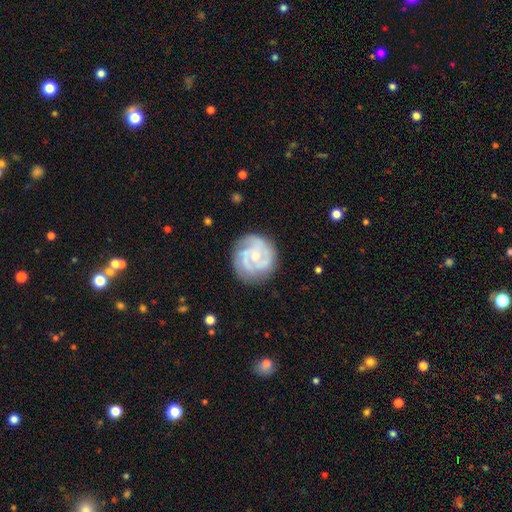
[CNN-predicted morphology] Smooth or featured?
  - featured or disk: 81% *
  - smooth: 14%
  - star or artifact: 5%
Edge-on disk?
  - no: 98% *
  - yes: 2%
Bar?
  - no: 65% *
  - weak: 30%
  - strong: 5%
Spiral arms?
  - yes: 93% *
  - no: 7%
Spiral winding?
  - tight: 54% *
  - medium: 37%
  - loose: 9%
Spiral arm count?
  - 3: 39% *
  - 2: 31%
  - can't tell: 17%
  - 4: 5%
  - 1: 4%
  - more than 4: 4%
Bulge size?
  - small: 59% *
  - moderate: 35%
  - none: 4%
  - large: 2%
  - dominant: 1%
Merging?
  - none: 75% *
  - minor disturbance: 17%
  - major disturbance: 6%
  - merger: 2%